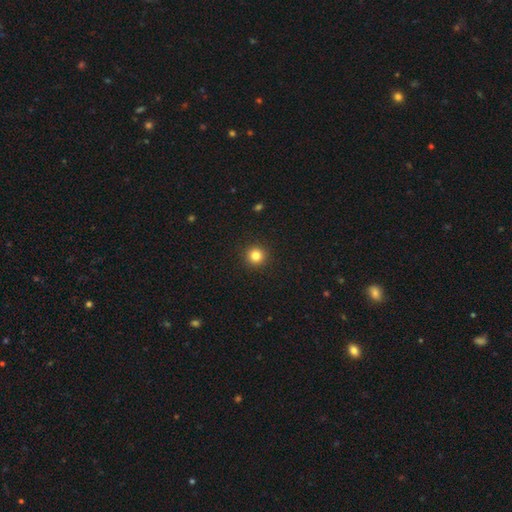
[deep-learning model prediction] smooth_or_featured: smooth (p=0.83) [alt: star or artifact p=0.12]
how_rounded: round (p=0.95) [alt: in between p=0.04]
merging: none (p=0.93) [alt: minor disturbance p=0.05]